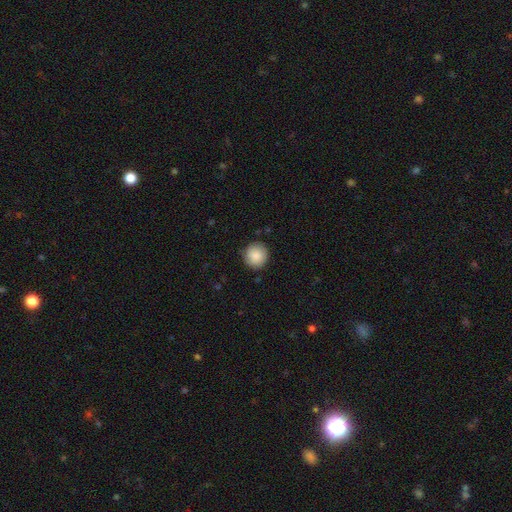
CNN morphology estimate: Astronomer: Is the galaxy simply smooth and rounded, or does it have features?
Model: smooth — 89%.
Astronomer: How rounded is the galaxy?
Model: round — 91%.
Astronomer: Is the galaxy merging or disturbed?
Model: none — 87%.